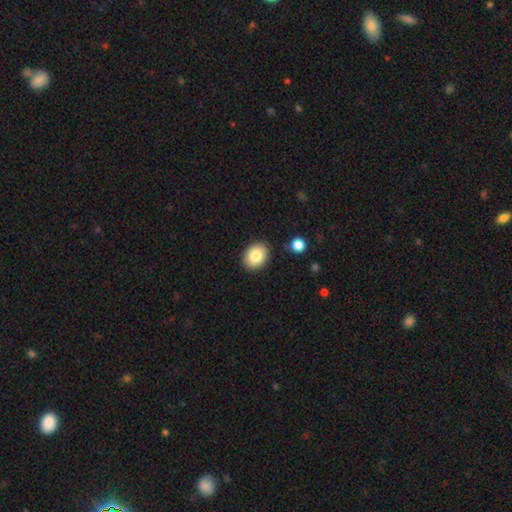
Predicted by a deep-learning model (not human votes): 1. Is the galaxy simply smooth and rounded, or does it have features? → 84% smooth, 8% star or artifact, 7% featured or disk.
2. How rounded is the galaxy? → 58% in between, 41% round, 1% cigar-shaped.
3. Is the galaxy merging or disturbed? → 86% none, 9% minor disturbance, 3% merger, 2% major disturbance.